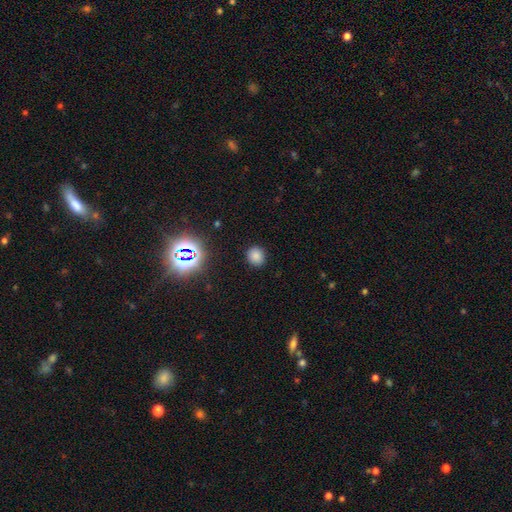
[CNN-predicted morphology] Overall: smooth (78%). How rounded: round (81%). Merging: none (89%).